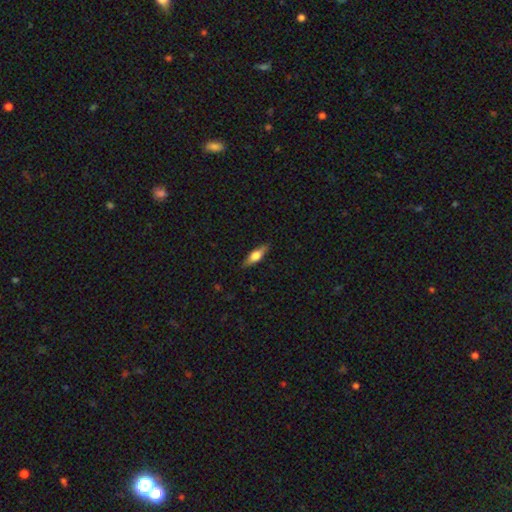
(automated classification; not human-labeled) smooth_or_featured: featured or disk (p=0.53) [alt: smooth p=0.41]
disk_edge_on: yes (p=0.94) [alt: no p=0.06]
merging: none (p=0.86) [alt: minor disturbance p=0.10]